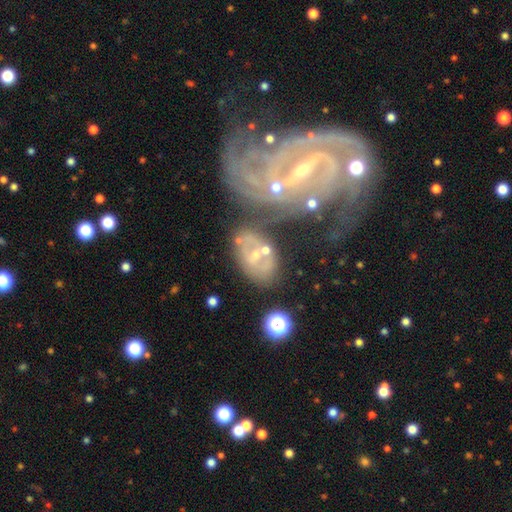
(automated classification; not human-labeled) Smooth or featured?
  - featured or disk: 64% *
  - smooth: 25%
  - star or artifact: 11%
Edge-on disk?
  - no: 95% *
  - yes: 5%
Bar?
  - no: 46% *
  - weak: 35%
  - strong: 19%
Spiral arms?
  - yes: 63% *
  - no: 37%
Bulge size?
  - small: 54% *
  - moderate: 33%
  - none: 9%
  - large: 3%
  - dominant: 2%
Merging?
  - none: 43% *
  - merger: 25%
  - minor disturbance: 19%
  - major disturbance: 12%